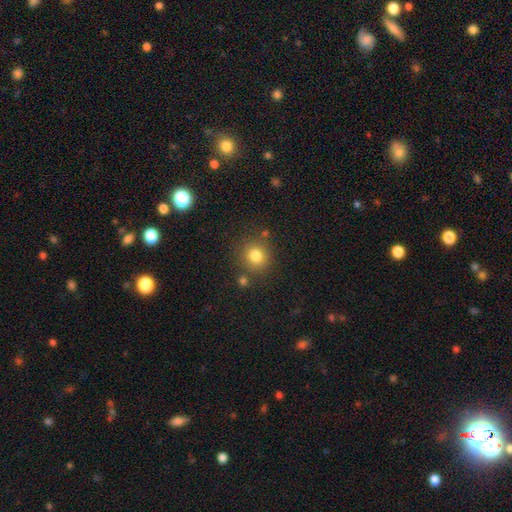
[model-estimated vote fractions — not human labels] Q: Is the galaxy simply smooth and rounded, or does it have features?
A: smooth — 81%.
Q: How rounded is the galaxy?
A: round — 89%.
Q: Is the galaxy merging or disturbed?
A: none — 81%.